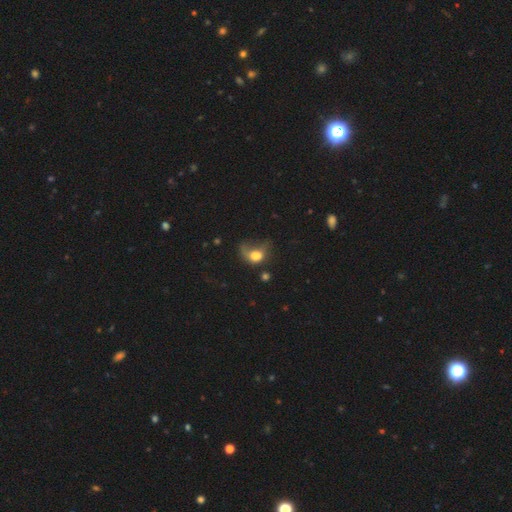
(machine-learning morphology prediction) smooth 63%, featured or disk 26%, star or artifact 11%. Down the decision tree: how rounded — in between (55%); merging — major disturbance (53%).